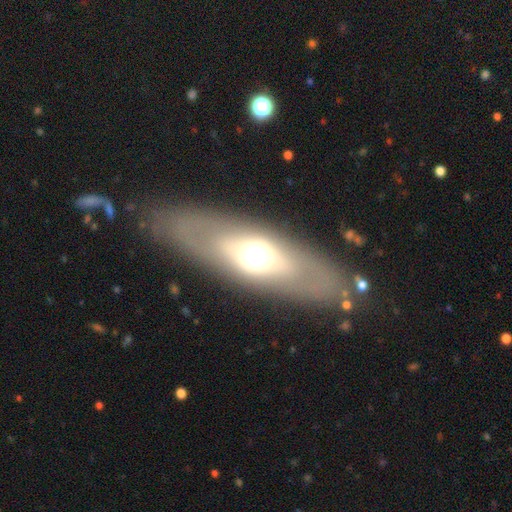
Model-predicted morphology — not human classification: smooth_or_featured: featured or disk (p=0.49) [alt: smooth p=0.43]
merging: none (p=0.84) [alt: minor disturbance p=0.09]